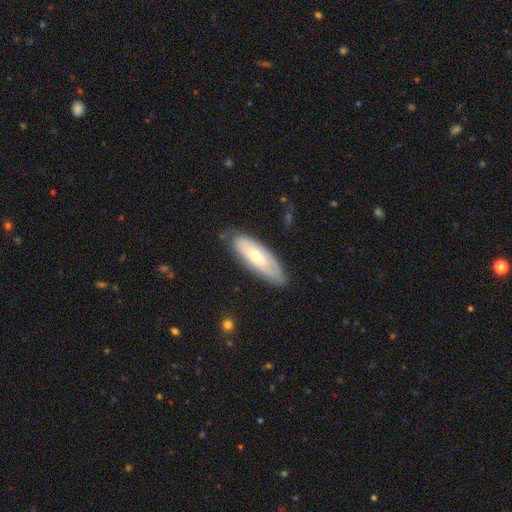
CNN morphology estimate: A smooth galaxy with no disk features (47%, tied with featured or disk). Merging: none (76%).